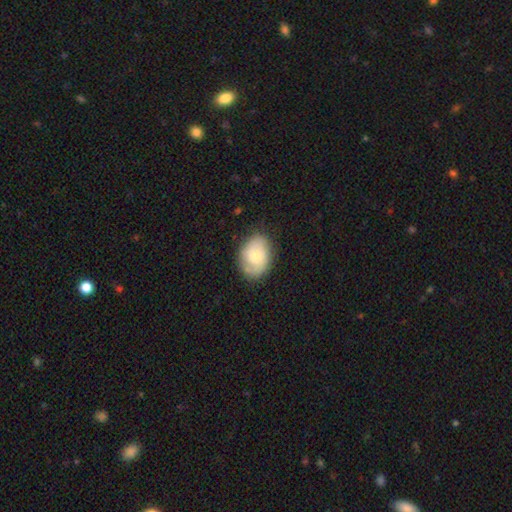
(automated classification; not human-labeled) Overall: smooth (60%; featured or disk 34%). How rounded: in between (70%). Merging: none (73%).